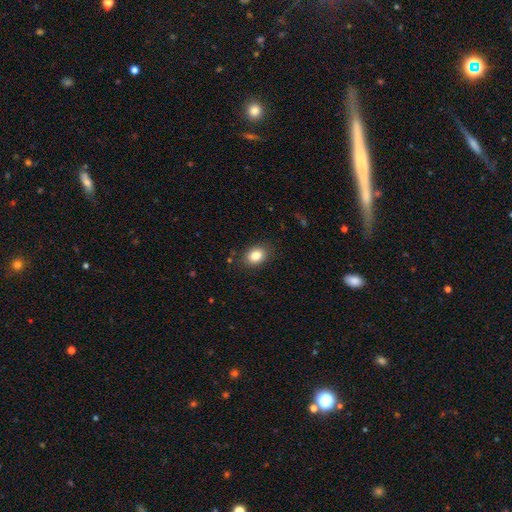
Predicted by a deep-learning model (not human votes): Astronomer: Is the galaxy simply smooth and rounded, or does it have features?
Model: smooth — 84%.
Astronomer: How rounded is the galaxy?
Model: in between — 72%.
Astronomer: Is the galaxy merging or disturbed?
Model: none — 85%.